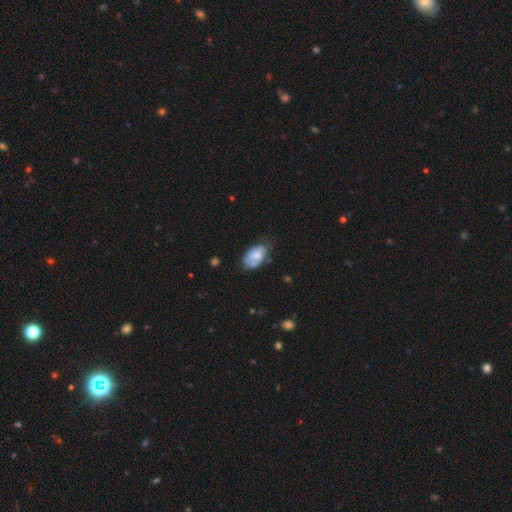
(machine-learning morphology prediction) Q: Smooth or featured?
A: smooth (68%); runner-up: featured or disk (25%)
Q: How rounded?
A: in between (92%); runner-up: round (7%)
Q: Merging?
A: none (46%); runner-up: minor disturbance (38%)